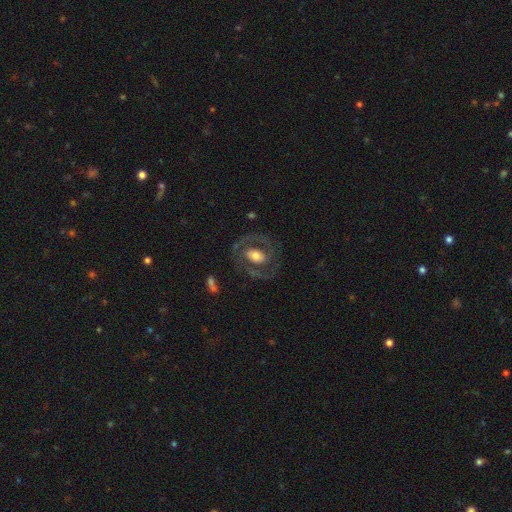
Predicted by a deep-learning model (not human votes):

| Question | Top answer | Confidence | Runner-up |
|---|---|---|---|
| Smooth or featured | featured or disk | 75% | smooth (19%) |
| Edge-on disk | no | 96% | yes (4%) |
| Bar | no | 49% | weak (33%) |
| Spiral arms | yes | 76% | no (24%) |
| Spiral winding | medium | 49% | tight (37%) |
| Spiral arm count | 2 | 84% | can't tell (8%) |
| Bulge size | moderate | 57% | large (25%) |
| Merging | none | 74% | minor disturbance (13%) |